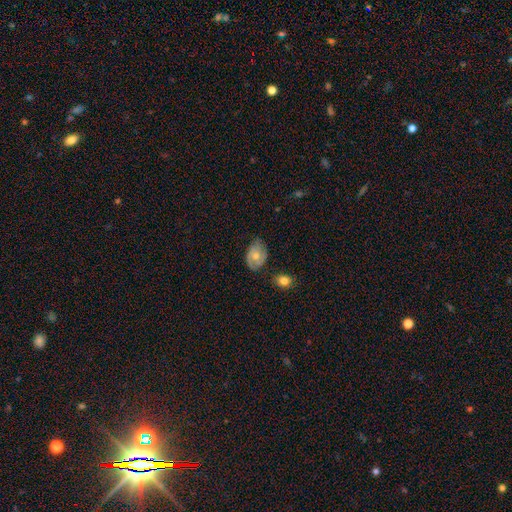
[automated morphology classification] Smooth or featured? Predicted: featured or disk (p=0.62). Edge-on disk? Predicted: no (p=0.96). Bar? Predicted: no (p=0.75). Spiral arms? Predicted: yes (p=0.86). Spiral winding? Predicted: tight (p=0.48). Spiral arm count? Predicted: 2 (p=0.54). Bulge size? Predicted: moderate (p=0.57). Merging? Predicted: none (p=0.63).